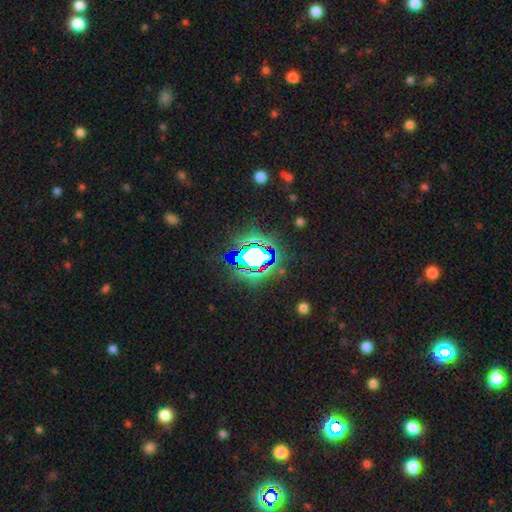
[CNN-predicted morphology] This is likely a star or artifact rather than a galaxy (68%).